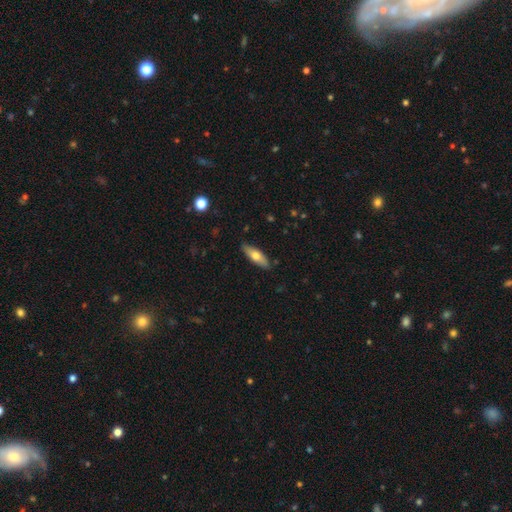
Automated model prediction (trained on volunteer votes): smooth 61%, featured or disk 33%, star or artifact 6%. Down the decision tree: how rounded — in between (49%, tied with cigar-shaped); merging — none (87%).